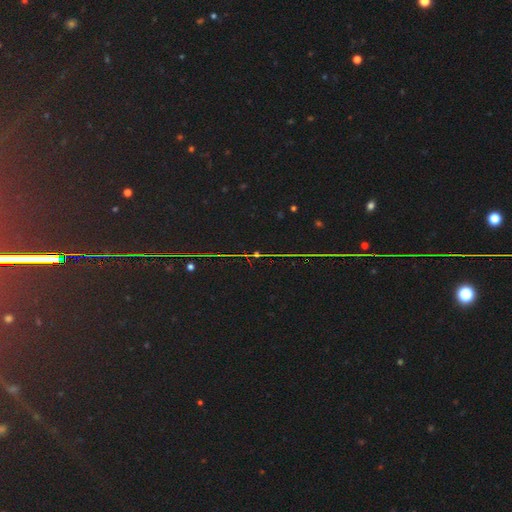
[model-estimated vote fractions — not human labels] Smooth or featured? star or artifact (85%)